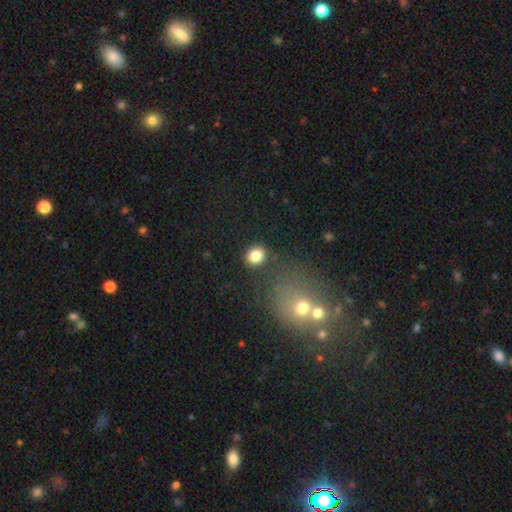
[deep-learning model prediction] This appears to be a smooth galaxy with no disk features (82%) that is round (69%). Merging: none (84%).